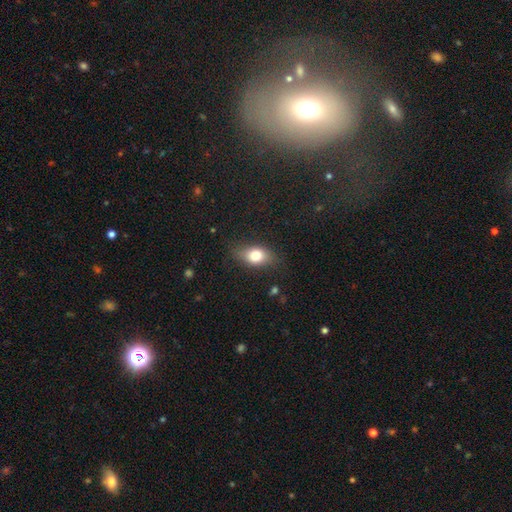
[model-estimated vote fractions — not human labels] A smooth galaxy with no disk features (77%) that is in between round and cigar-shaped (79%).

Vote fractions:
- Smooth or featured? smooth: 77% / featured or disk: 14% / star or artifact: 9%
- How rounded? in between: 79% / round: 17% / cigar-shaped: 4%
- Merging? none: 76% / minor disturbance: 18% / major disturbance: 5% / merger: 1%